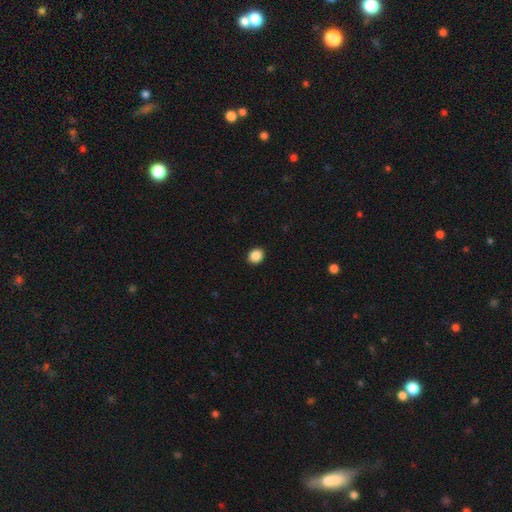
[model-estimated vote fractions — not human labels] The model was most divided on "how rounded": round: 63%, in between: 36%, cigar-shaped: 1%. More confident: merging — none (92%); smooth or featured — smooth (88%).